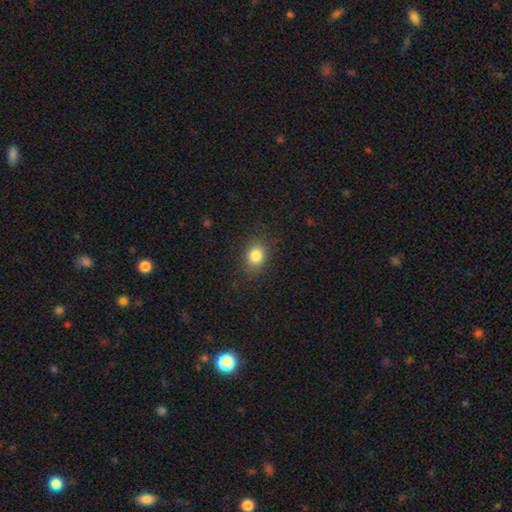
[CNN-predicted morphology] This appears to be a smooth galaxy with no disk features (82%) that is round (52%). Merging: none (84%).